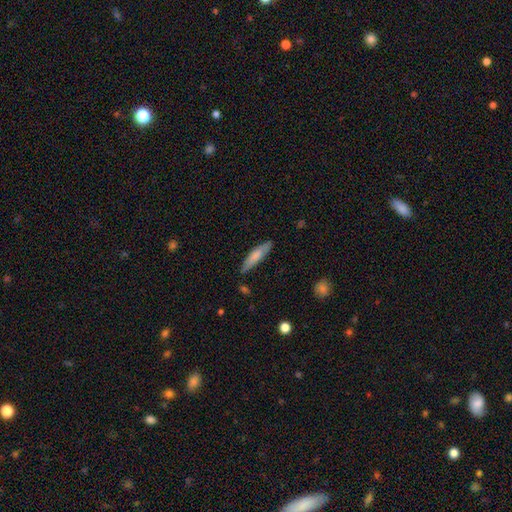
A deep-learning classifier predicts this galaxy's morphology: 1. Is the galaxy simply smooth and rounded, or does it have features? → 72% smooth, 22% featured or disk, 6% star or artifact.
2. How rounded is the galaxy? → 78% cigar-shaped, 20% in between, 1% round.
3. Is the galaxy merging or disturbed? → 80% none, 15% minor disturbance, 3% major disturbance, 2% merger.